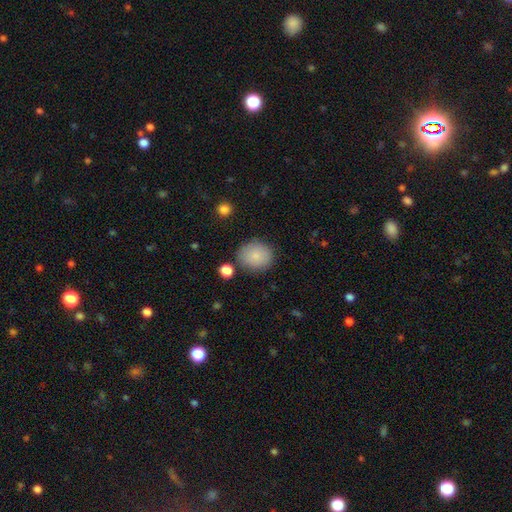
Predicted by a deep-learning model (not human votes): A smooth galaxy with no disk features (86%) that is round (77%). Merging: none (82%).